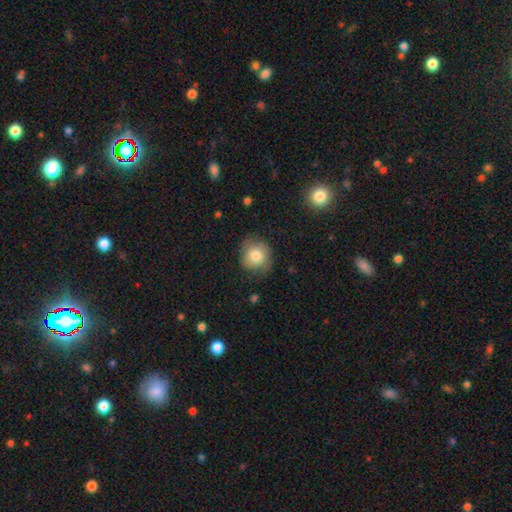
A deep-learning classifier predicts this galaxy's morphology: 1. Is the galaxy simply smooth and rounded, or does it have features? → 80% smooth, 12% featured or disk, 8% star or artifact.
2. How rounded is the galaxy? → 82% round, 17% in between, 1% cigar-shaped.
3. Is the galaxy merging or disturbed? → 71% none, 22% minor disturbance, 6% major disturbance, 1% merger.